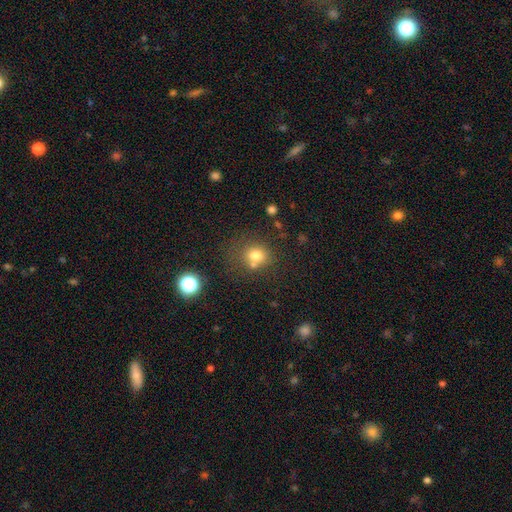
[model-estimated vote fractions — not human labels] The model was most divided on "merging": none: 57%, merger: 25%, minor disturbance: 13%, major disturbance: 6%. More confident: how rounded — round (77%); smooth or featured — smooth (74%).